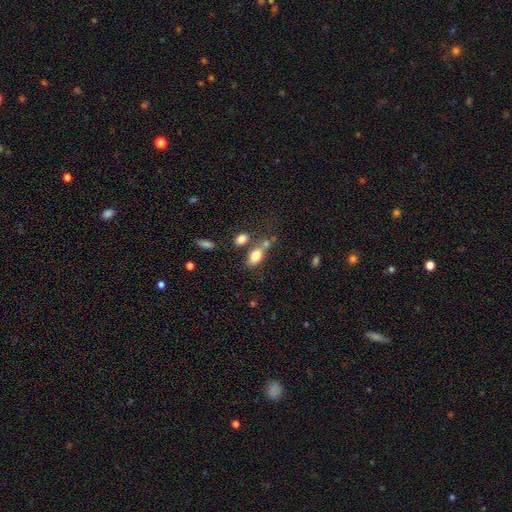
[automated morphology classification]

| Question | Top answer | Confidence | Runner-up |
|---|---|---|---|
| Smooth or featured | smooth | 79% | featured or disk (11%) |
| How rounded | in between | 82% | round (15%) |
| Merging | none | 51% | merger (27%) |